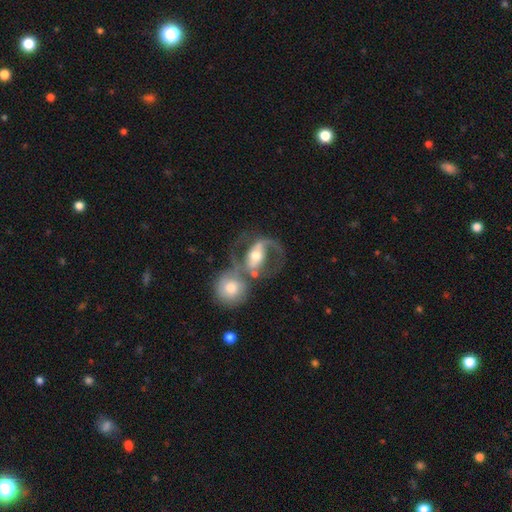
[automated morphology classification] This is likely a featured or disk galaxy (73%). It is clearly not viewed edge-on (95%). Bar: marginally strong (36%). Spiral arm pattern: likely yes (79%). Spiral arm count: likely 2 (70%). Spiral winding: marginally medium (44%). Central bulge: likely moderate (68%). Merging: possibly merger (52%).